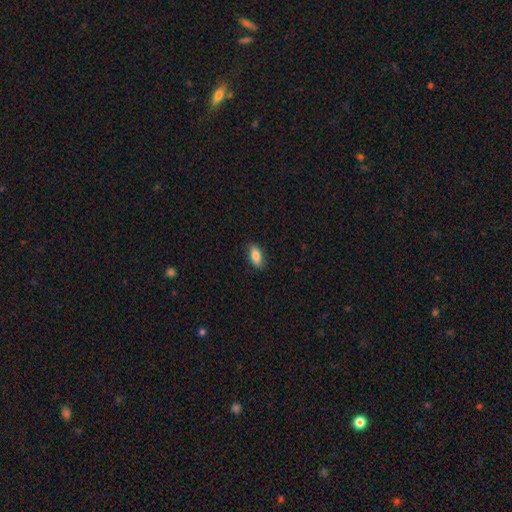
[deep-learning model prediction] Smooth or featured? Predicted: smooth (p=0.83). How rounded? Predicted: in between (p=0.84). Merging? Predicted: none (p=0.87).